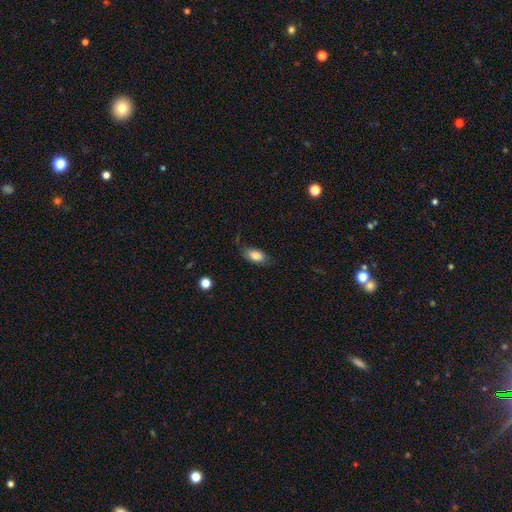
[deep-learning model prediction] smooth_or_featured: smooth (p=0.84) [alt: featured or disk p=0.08]
how_rounded: in between (p=0.90) [alt: round p=0.05]
merging: none (p=0.73) [alt: minor disturbance p=0.20]